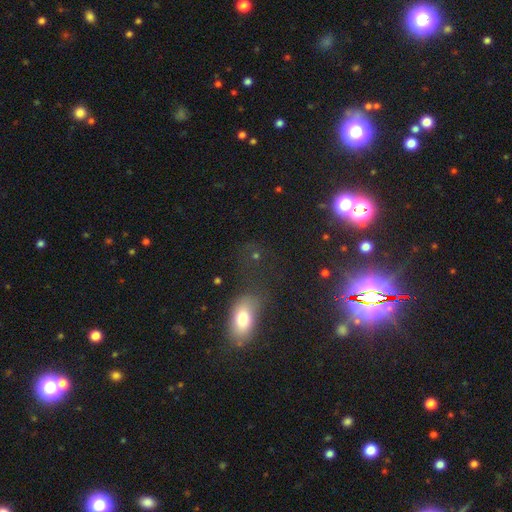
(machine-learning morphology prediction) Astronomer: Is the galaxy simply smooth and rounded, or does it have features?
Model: smooth — 43% (runner-up: star or artifact, 42%).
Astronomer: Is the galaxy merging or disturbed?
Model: none — 63%.